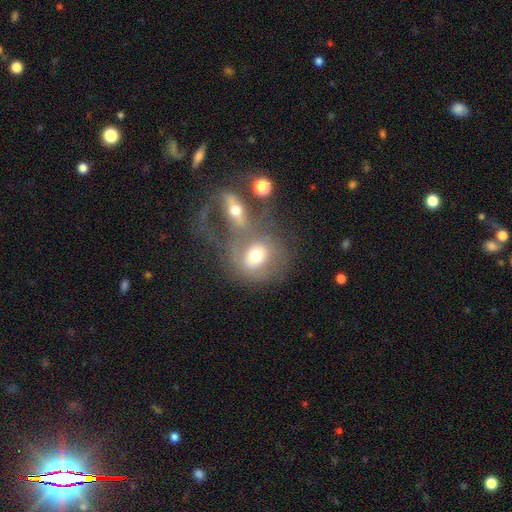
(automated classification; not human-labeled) This appears to be a smooth galaxy with no disk features (48%). Merging: merger (56%).